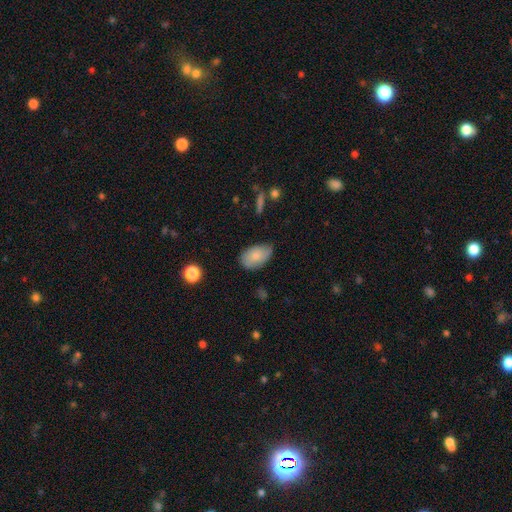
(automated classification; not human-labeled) This is likely a smooth galaxy (79%). How rounded: clearly in between (91%). Merging: likely none (62%).